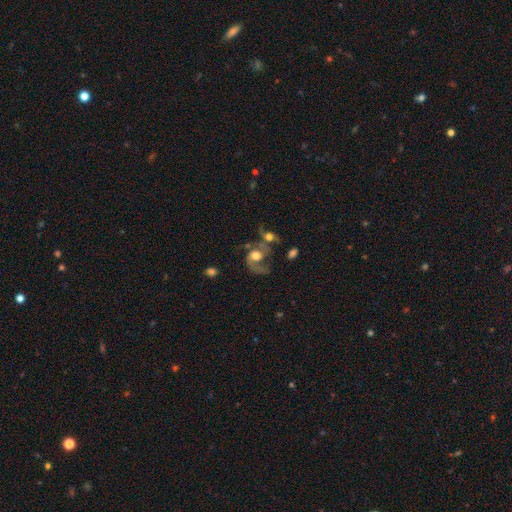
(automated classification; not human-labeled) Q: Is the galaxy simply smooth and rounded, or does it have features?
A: featured or disk — 69%.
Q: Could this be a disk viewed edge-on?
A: no — 97%.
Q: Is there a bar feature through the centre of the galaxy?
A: no — 70%.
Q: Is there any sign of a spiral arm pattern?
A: yes — 84%.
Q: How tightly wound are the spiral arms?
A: medium — 44%.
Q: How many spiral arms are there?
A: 2 — 62%.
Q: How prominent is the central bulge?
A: moderate — 49%.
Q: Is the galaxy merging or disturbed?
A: merger — 34%.